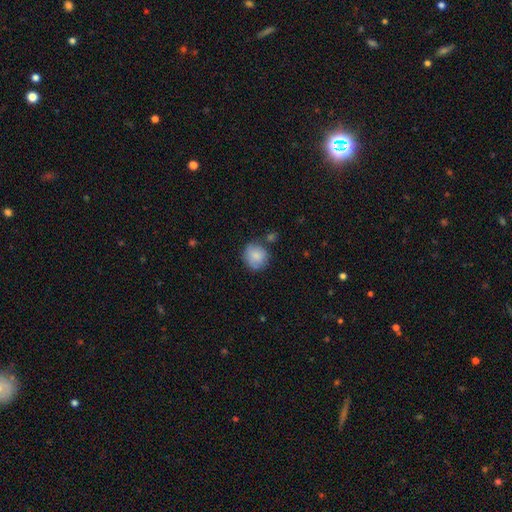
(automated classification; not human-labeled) A smooth galaxy with no disk features (82%) that is round (87%).

Vote fractions:
- Smooth or featured? smooth: 82% / featured or disk: 10% / star or artifact: 8%
- How rounded? round: 87% / in between: 12% / cigar-shaped: 1%
- Merging? none: 69% / minor disturbance: 20% / merger: 6% / major disturbance: 5%